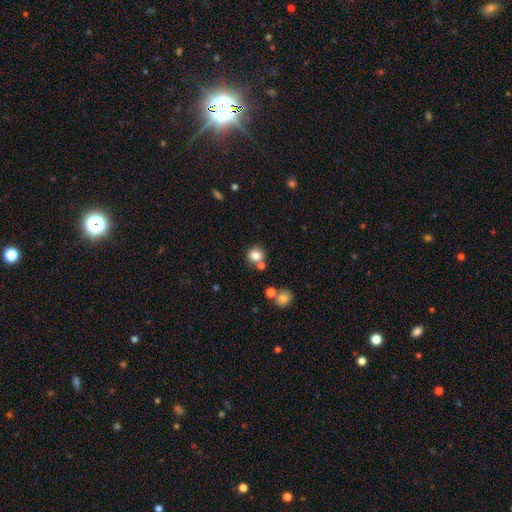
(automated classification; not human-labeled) Smooth or featured? Predicted: smooth (p=0.81). How rounded? Predicted: round (p=0.89). Merging? Predicted: none (p=0.70).